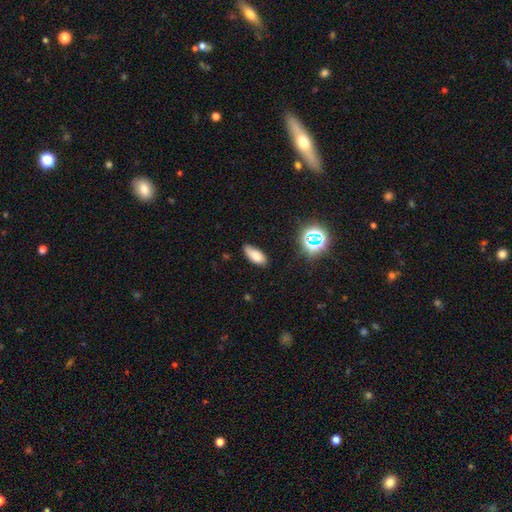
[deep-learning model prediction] Smooth or featured?
  - smooth: 77% *
  - star or artifact: 13%
  - featured or disk: 10%
How rounded?
  - in between: 85% *
  - cigar-shaped: 11%
  - round: 3%
Merging?
  - none: 72% *
  - minor disturbance: 22%
  - major disturbance: 4%
  - merger: 2%